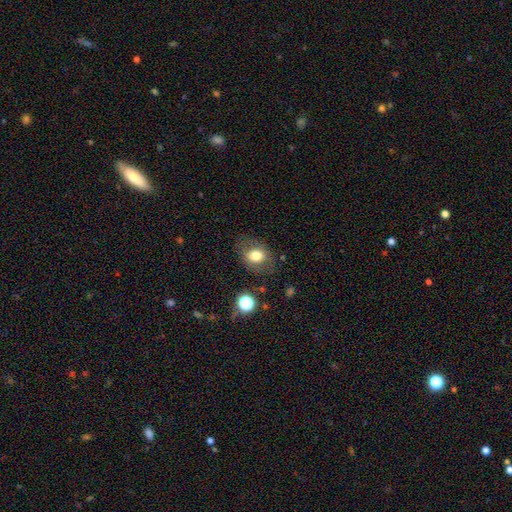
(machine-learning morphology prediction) This is likely a smooth galaxy (72%). How rounded: likely in between (62%). Merging: likely none (74%).